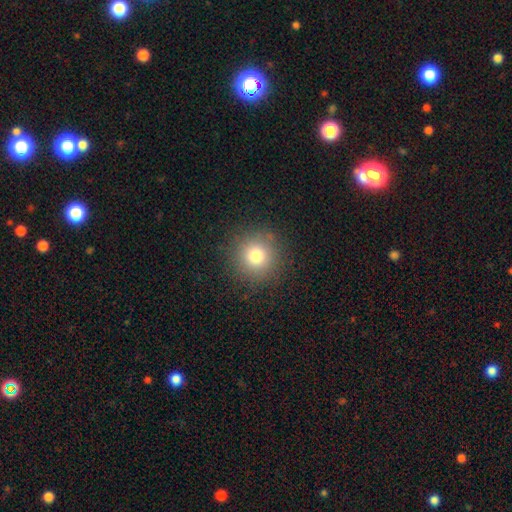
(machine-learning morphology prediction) smooth 79%, star or artifact 13%, featured or disk 8%. Down the decision tree: how rounded — round (94%); merging — none (89%).